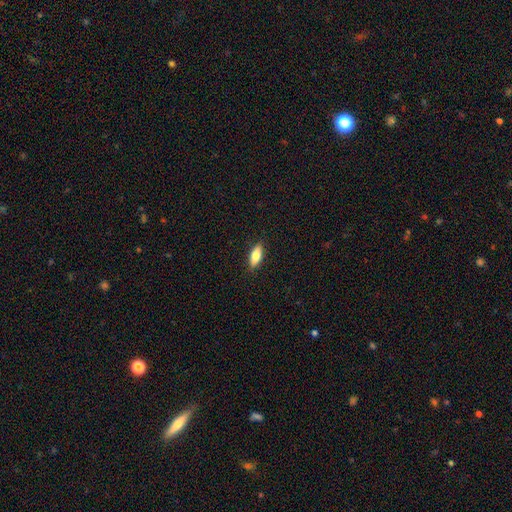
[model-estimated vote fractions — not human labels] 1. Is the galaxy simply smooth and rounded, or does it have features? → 75% smooth, 18% featured or disk, 6% star or artifact.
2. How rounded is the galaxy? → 71% in between, 27% cigar-shaped, 2% round.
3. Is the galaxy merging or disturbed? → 89% none, 8% minor disturbance, 2% major disturbance, 1% merger.